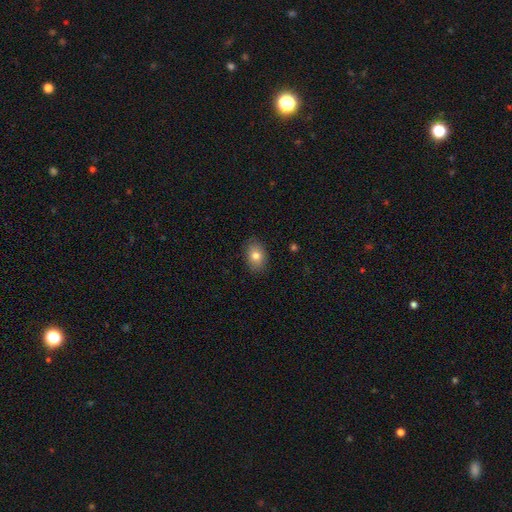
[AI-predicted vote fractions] Morphology: type=smooth (79%); roundness=in between (78%); merging=none (86%).